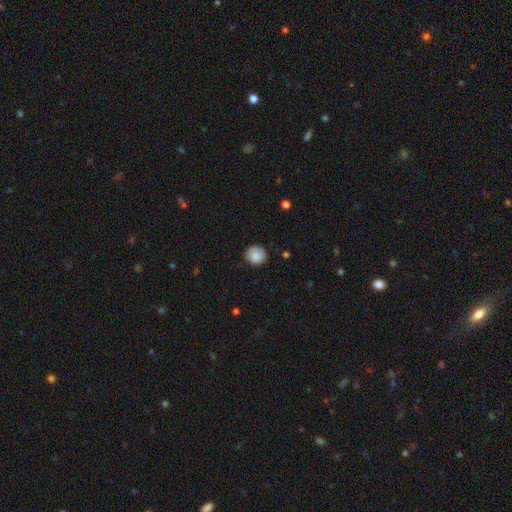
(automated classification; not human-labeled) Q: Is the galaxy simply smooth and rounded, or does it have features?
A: smooth — 85%.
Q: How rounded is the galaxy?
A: round — 90%.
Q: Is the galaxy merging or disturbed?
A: none — 83%.